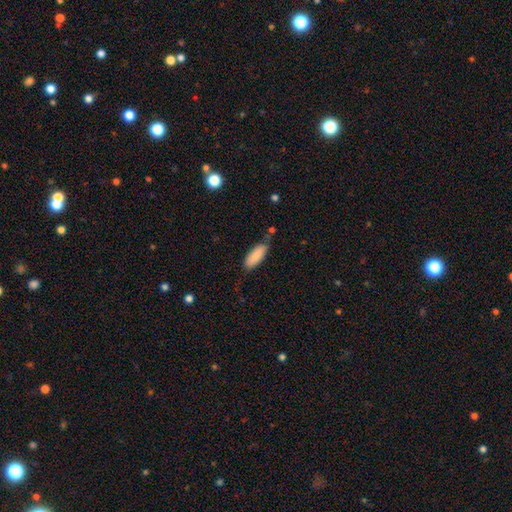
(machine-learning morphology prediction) Overall: smooth (87%). How rounded: in between (76%). Merging: none (68%).